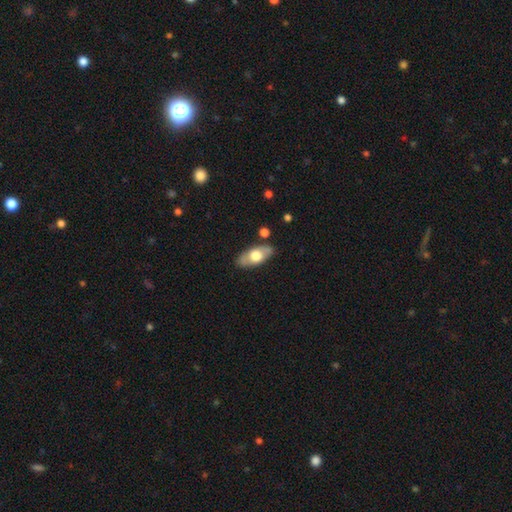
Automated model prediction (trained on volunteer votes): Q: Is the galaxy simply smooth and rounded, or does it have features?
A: smooth — 57%.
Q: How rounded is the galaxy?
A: in between — 85%.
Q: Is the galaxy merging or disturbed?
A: none — 83%.